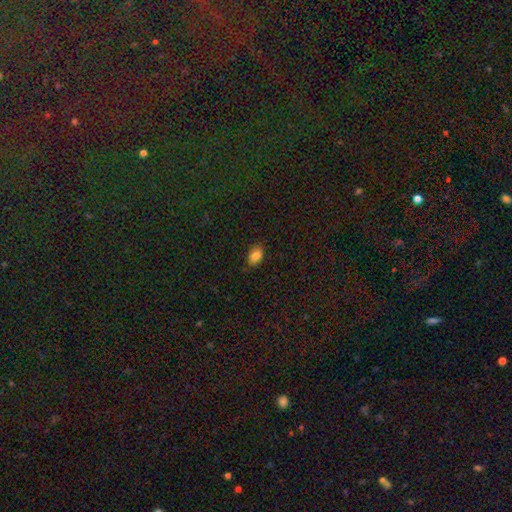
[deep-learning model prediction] smooth-or-featured: smooth: 83% | star or artifact: 10% | featured or disk: 7%
  how-rounded: in between: 90% | round: 7% | cigar-shaped: 3%
  merging: none: 81% | minor disturbance: 15% | major disturbance: 3% | merger: 1%